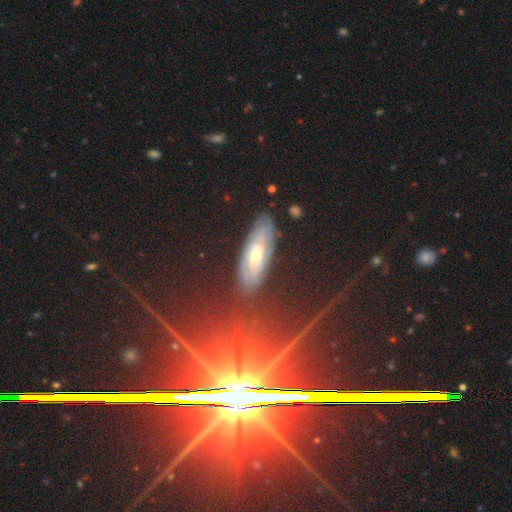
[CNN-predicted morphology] Q: Smooth or featured?
A: star or artifact (36%); runner-up: featured or disk (35%)